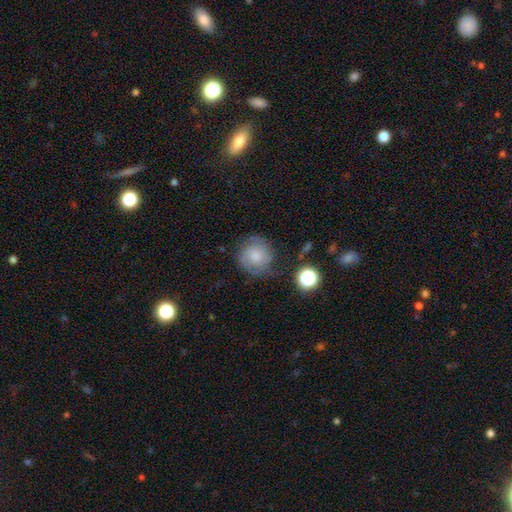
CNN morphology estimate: Smooth or featured? Predicted: smooth (p=0.48). Merging? Predicted: none (p=0.64).